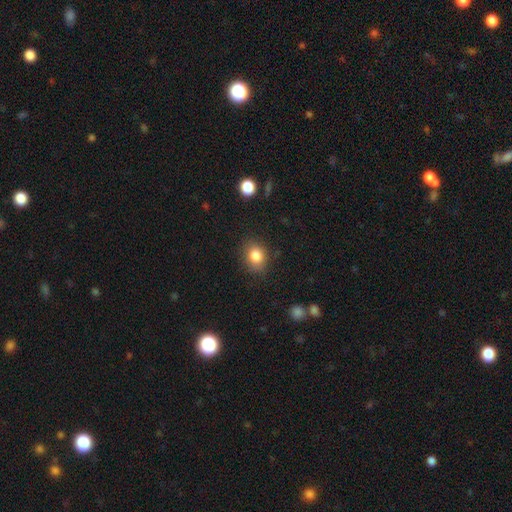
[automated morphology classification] A smooth galaxy with no disk features (84%) that is round (57%).

Vote fractions:
- Smooth or featured? smooth: 84% / star or artifact: 10% / featured or disk: 6%
- How rounded? round: 57% / in between: 42% / cigar-shaped: 1%
- Merging? none: 83% / minor disturbance: 13% / major disturbance: 3% / merger: 1%